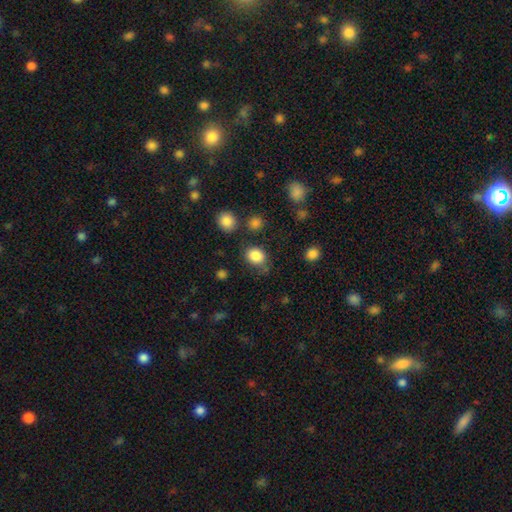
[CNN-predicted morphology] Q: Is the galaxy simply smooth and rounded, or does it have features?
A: smooth — 85%.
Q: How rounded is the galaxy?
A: round — 54%.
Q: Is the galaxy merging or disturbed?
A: none — 69%.